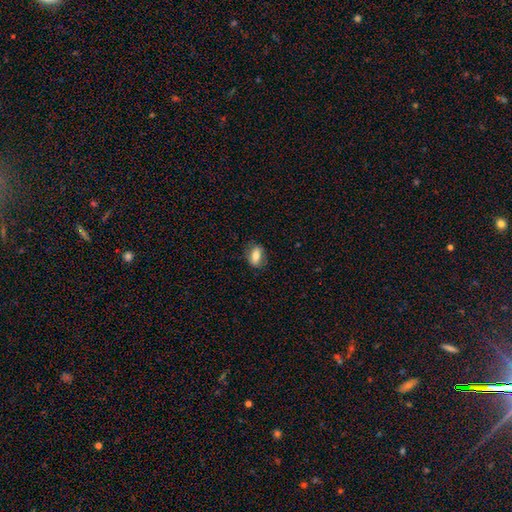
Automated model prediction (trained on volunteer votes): Smooth or featured?
  - smooth: 74% *
  - featured or disk: 19%
  - star or artifact: 8%
How rounded?
  - in between: 82% *
  - round: 12%
  - cigar-shaped: 6%
Merging?
  - none: 78% *
  - minor disturbance: 17%
  - major disturbance: 4%
  - merger: 1%